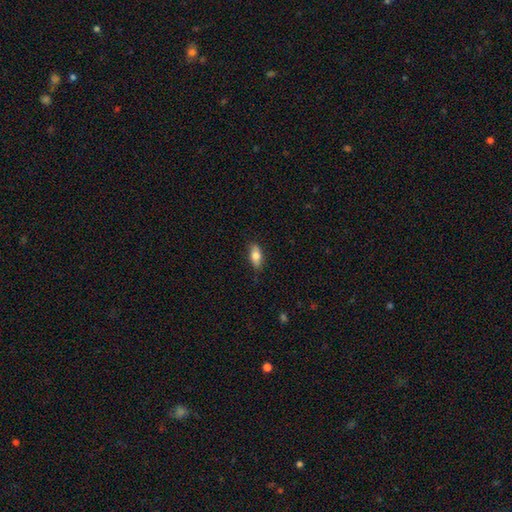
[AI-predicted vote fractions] A smooth galaxy with no disk features (77%) that is in between round and cigar-shaped (82%).

Vote fractions:
- Smooth or featured? smooth: 77% / featured or disk: 16% / star or artifact: 7%
- How rounded? in between: 82% / cigar-shaped: 15% / round: 3%
- Merging? none: 82% / minor disturbance: 15% / major disturbance: 2% / merger: 1%